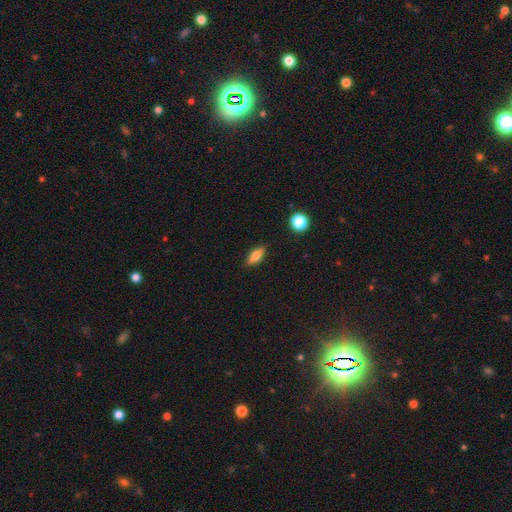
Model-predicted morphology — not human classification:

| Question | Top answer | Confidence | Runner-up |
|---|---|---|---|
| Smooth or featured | smooth | 69% | featured or disk (23%) |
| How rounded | in between | 61% | cigar-shaped (34%) |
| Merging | none | 85% | minor disturbance (11%) |